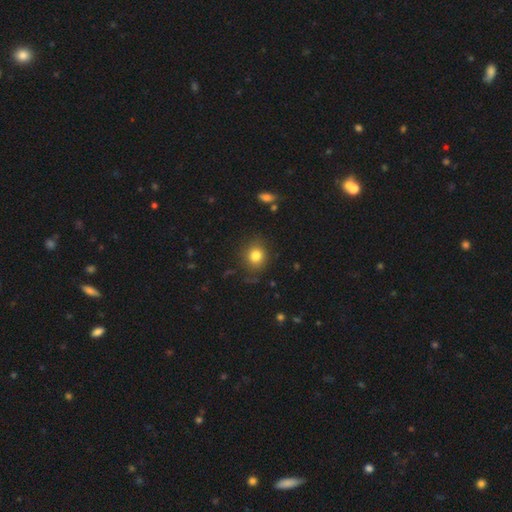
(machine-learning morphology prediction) smooth 81%, star or artifact 11%, featured or disk 8%. Down the decision tree: how rounded — round (78%); merging — none (82%).